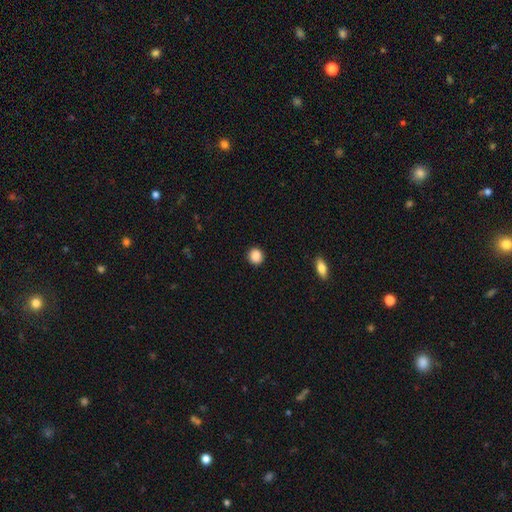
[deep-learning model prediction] Smooth or featured? Predicted: smooth (p=0.88). How rounded? Predicted: round (p=0.91). Merging? Predicted: none (p=0.92).